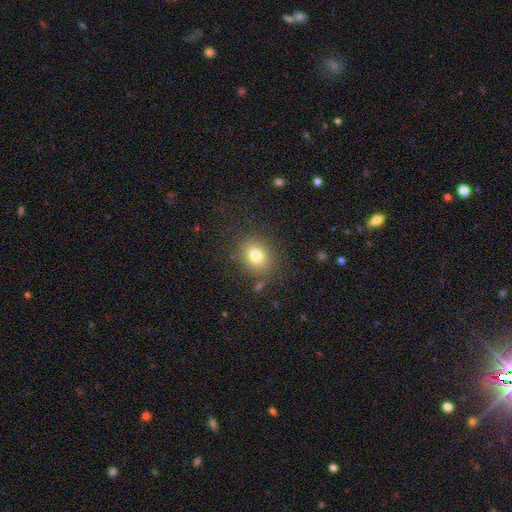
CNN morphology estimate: Overall: smooth (79%). How rounded: round (52%; in between 47%). Merging: none (82%).